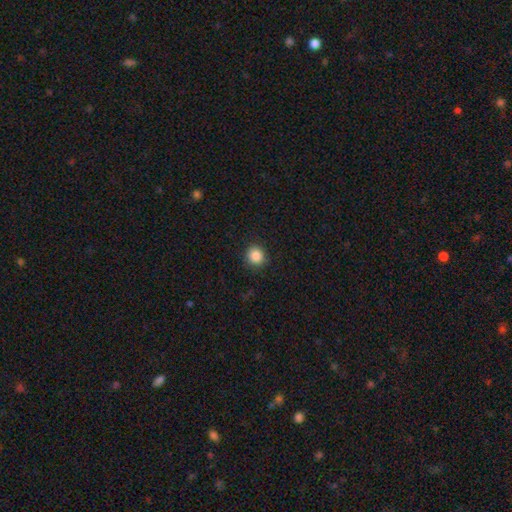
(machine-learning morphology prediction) smooth_or_featured: smooth (p=0.87) [alt: star or artifact p=0.10]
how_rounded: round (p=0.90) [alt: in between p=0.09]
merging: none (p=0.90) [alt: minor disturbance p=0.07]